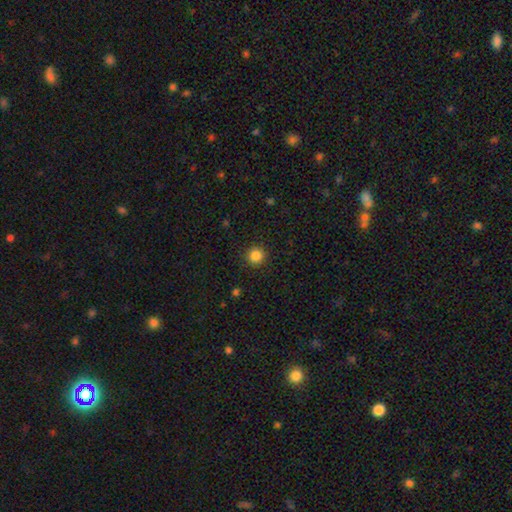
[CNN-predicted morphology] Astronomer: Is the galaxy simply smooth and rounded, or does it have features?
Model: smooth — 85%.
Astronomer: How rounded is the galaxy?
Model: round — 95%.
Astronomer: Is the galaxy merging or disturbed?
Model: none — 91%.